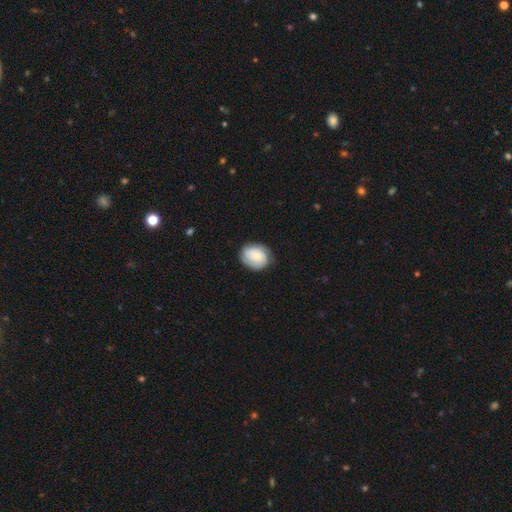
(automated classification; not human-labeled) Smooth or featured?
  - smooth: 62% *
  - featured or disk: 31%
  - star or artifact: 7%
How rounded?
  - round: 58% *
  - in between: 41%
  - cigar-shaped: 1%
Merging?
  - none: 75% *
  - minor disturbance: 19%
  - major disturbance: 5%
  - merger: 1%